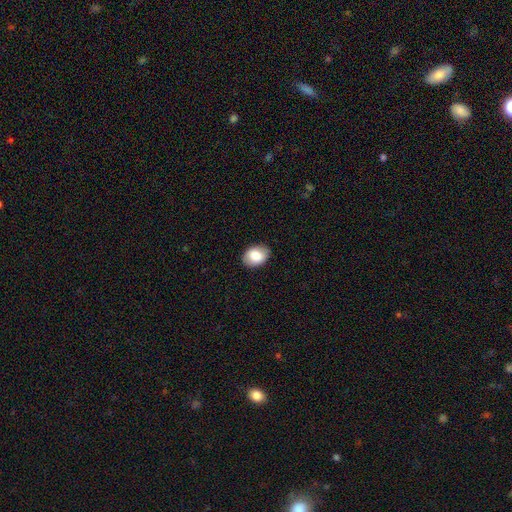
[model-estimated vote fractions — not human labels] Smooth or featured? smooth (83%)
How rounded? in between (74%)
Merging? none (87%)